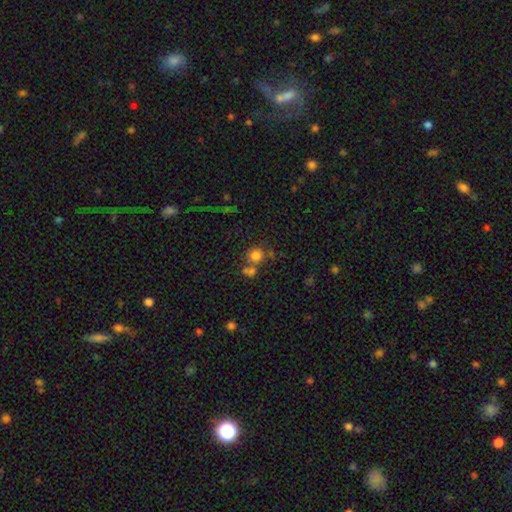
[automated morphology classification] The model was most divided on "merging": none: 58%, merger: 29%, minor disturbance: 9%, major disturbance: 5%. More confident: how rounded — round (88%); smooth or featured — smooth (76%).